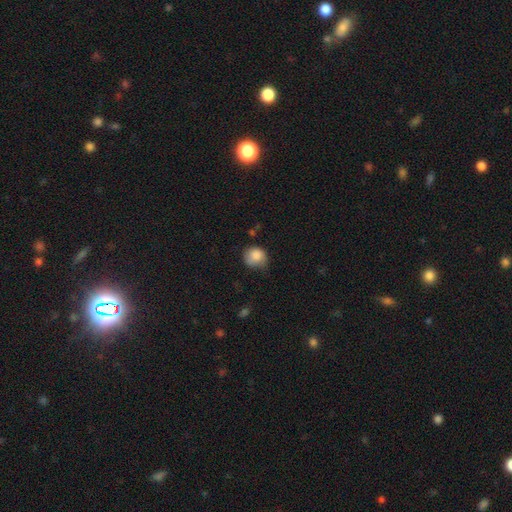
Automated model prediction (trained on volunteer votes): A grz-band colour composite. It shows a smooth galaxy with no disk features (85%) that is round (77%). Merging: none (52%).